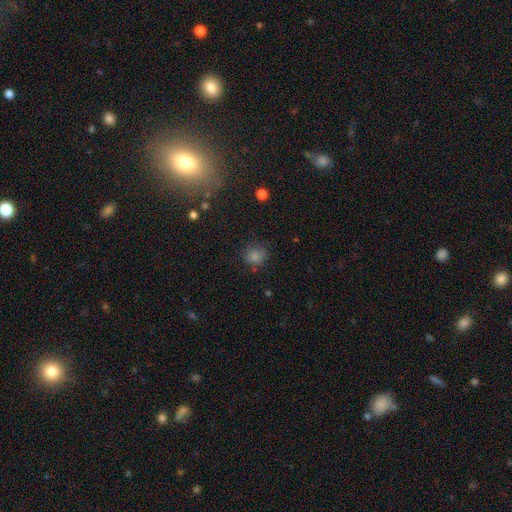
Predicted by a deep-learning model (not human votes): smooth-or-featured: smooth: 67% | star or artifact: 24% | featured or disk: 9%
  how-rounded: round: 86% | in between: 13% | cigar-shaped: 1%
  merging: none: 80% | minor disturbance: 13% | major disturbance: 5% | merger: 2%